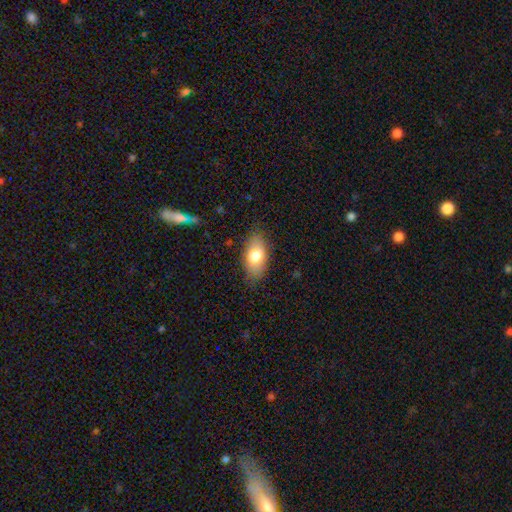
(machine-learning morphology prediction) Smooth or featured: smooth — 77% (featured or disk — 16%)
How rounded: in between — 90% (cigar-shaped — 5%)
Merging: none — 81% (minor disturbance — 15%)